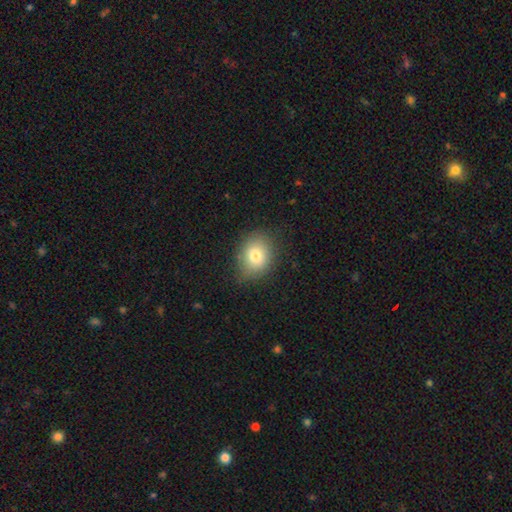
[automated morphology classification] The model was most divided on "how rounded": in between: 56%, round: 43%, cigar-shaped: 1%. More confident: merging — none (79%); smooth or featured — smooth (77%).